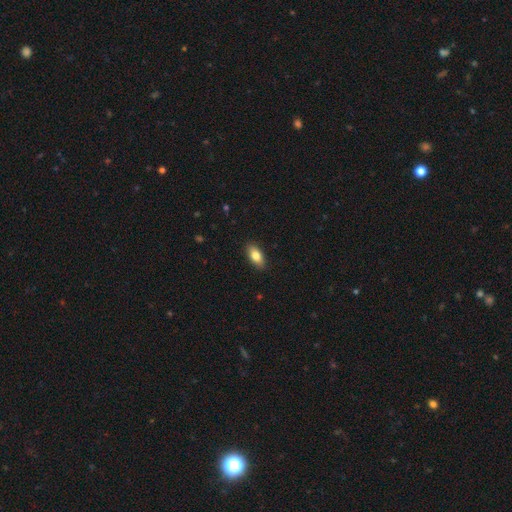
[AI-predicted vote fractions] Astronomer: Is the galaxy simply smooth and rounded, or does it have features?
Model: smooth — 82%.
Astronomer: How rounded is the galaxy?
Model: in between — 88%.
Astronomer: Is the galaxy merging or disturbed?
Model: none — 89%.